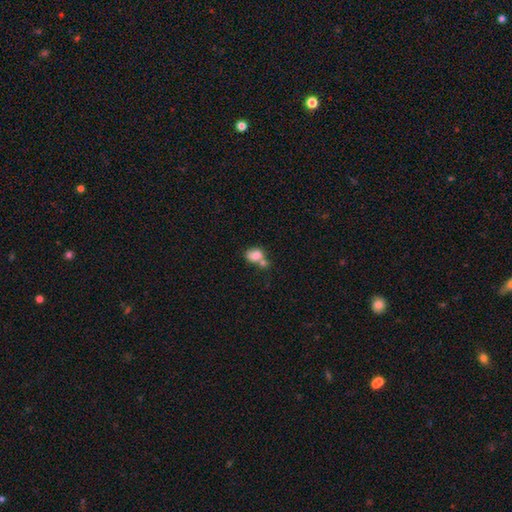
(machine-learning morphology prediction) A smooth galaxy with no disk features (77%) that is in between round and cigar-shaped (58%).

Vote fractions:
- Smooth or featured? smooth: 77% / featured or disk: 14% / star or artifact: 9%
- How rounded? in between: 58% / round: 41% / cigar-shaped: 1%
- Merging? merger: 52% / none: 30% / minor disturbance: 12% / major disturbance: 6%